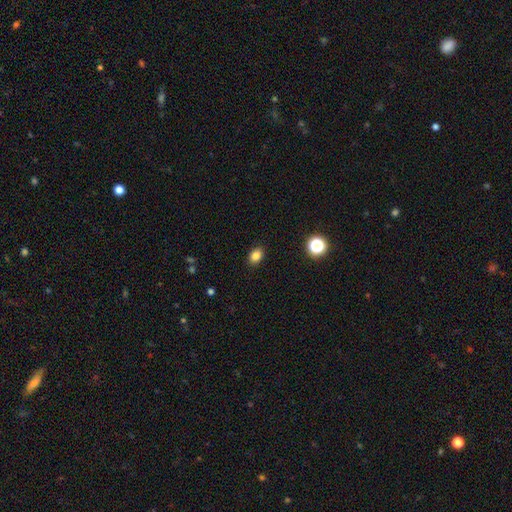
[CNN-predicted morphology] This is clearly a smooth galaxy (83%). How rounded: likely in between (68%). Merging: clearly none (88%).